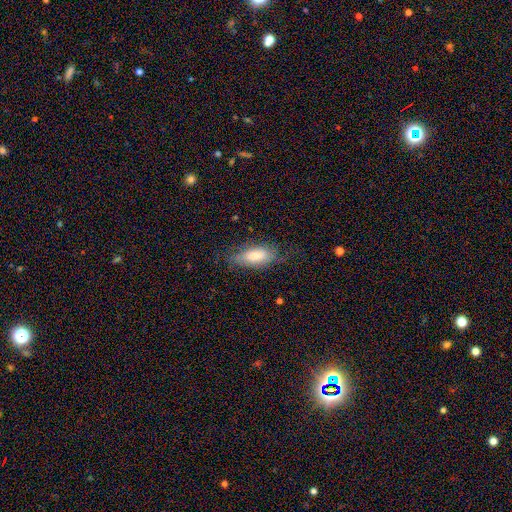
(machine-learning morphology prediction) smooth-or-featured: smooth: 58% | featured or disk: 34% | star or artifact: 8%
  how-rounded: in between: 85% | cigar-shaped: 12% | round: 3%
  merging: none: 65% | minor disturbance: 22% | major disturbance: 11% | merger: 1%